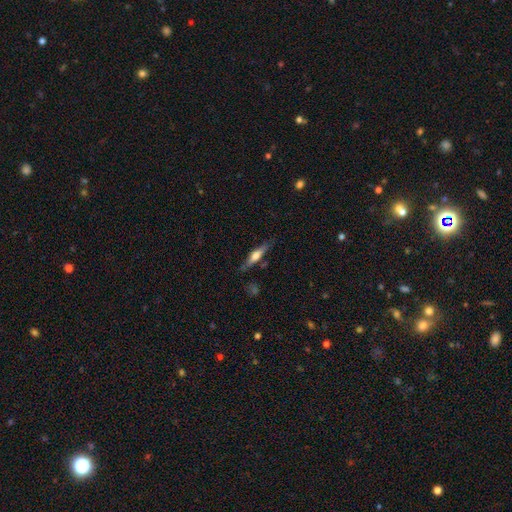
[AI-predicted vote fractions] featured or disk 54%, smooth 40%, star or artifact 6%. Down the decision tree: edge-on disk — yes (93%); edge-on bulge — rounded (82%); merging — none (79%).